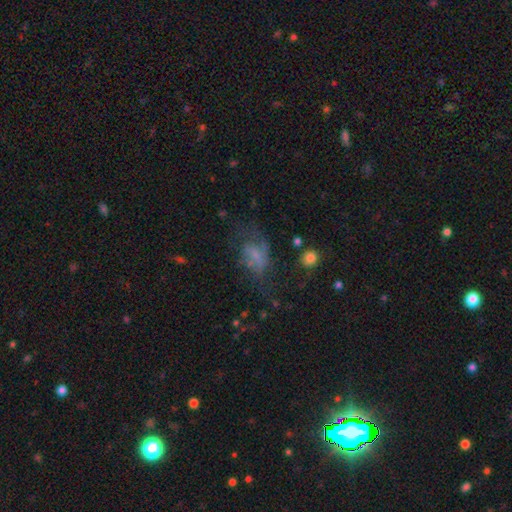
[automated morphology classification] This appears to be a smooth galaxy with no disk features (43%). Merging: major disturbance (38%).